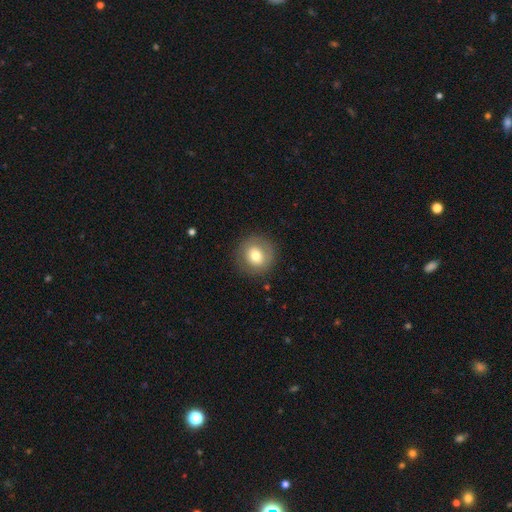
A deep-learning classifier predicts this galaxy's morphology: Smooth or featured? smooth (72%)
How rounded? round (91%)
Merging? none (87%)